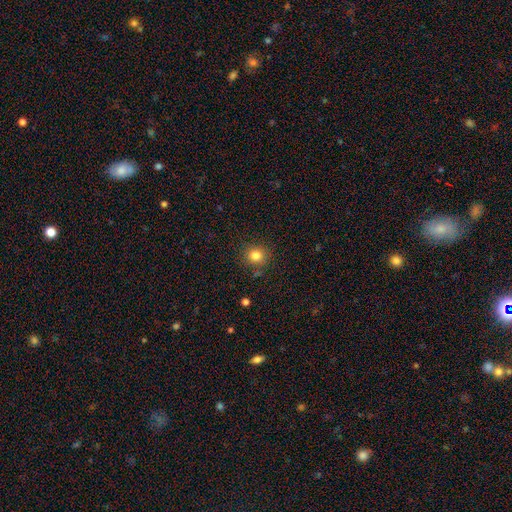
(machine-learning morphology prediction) Overall: smooth (82%). How rounded: round (87%). Merging: none (87%).